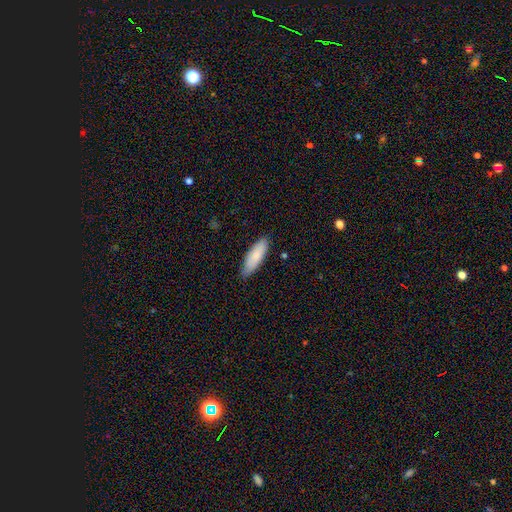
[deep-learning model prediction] Smooth or featured? Predicted: smooth (p=0.84). How rounded? Predicted: in between (p=0.55). Merging? Predicted: none (p=0.84).